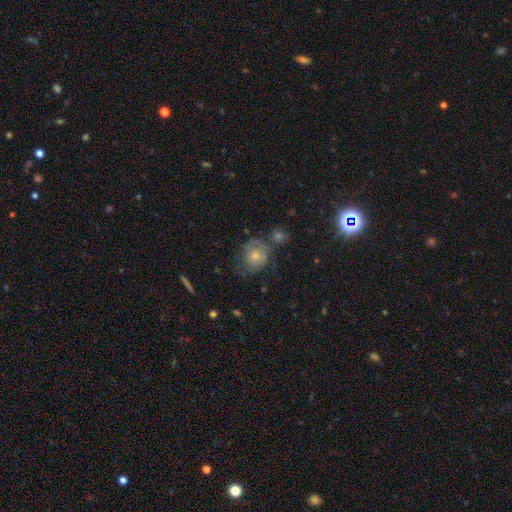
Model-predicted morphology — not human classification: smooth 49%, featured or disk 36%, star or artifact 14%. Down the decision tree: merging — none (48%).